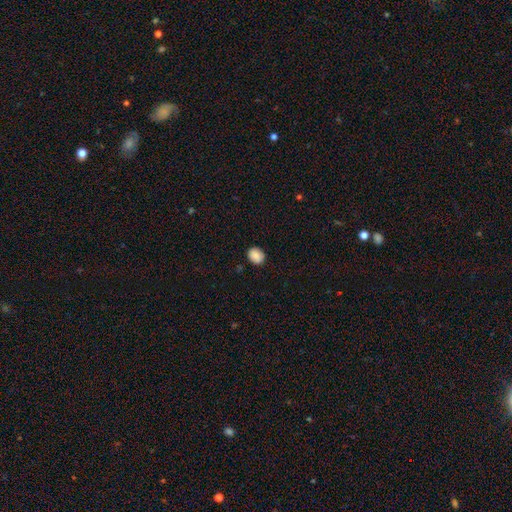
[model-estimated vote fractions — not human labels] Overall: smooth (86%). How rounded: round (61%; in between 38%). Merging: none (85%).